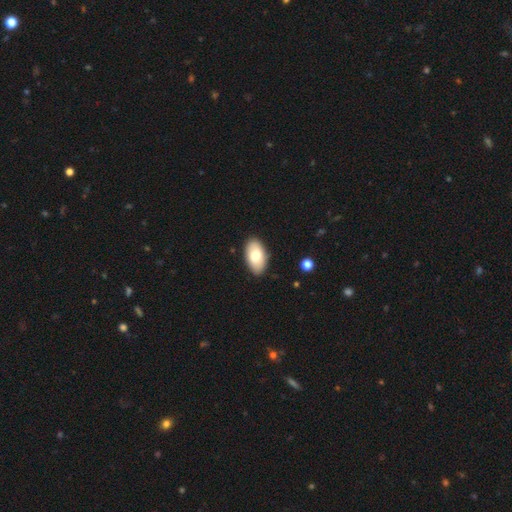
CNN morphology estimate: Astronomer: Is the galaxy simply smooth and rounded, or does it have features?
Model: smooth — 75%.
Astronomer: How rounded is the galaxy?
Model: in between — 94%.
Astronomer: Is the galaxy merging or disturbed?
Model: none — 88%.